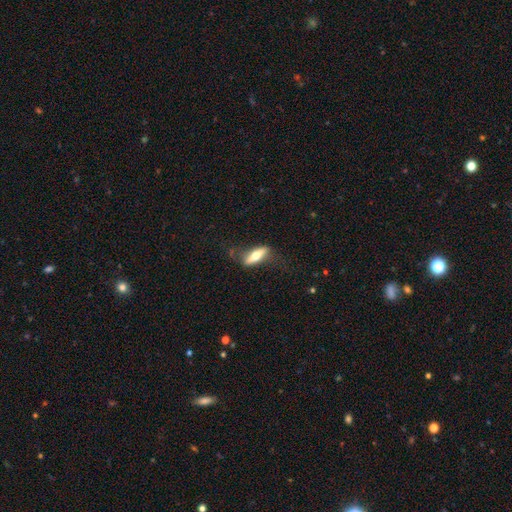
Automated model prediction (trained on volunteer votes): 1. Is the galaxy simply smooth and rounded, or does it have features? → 50% smooth, 44% featured or disk, 6% star or artifact.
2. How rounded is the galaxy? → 49% in between, 48% cigar-shaped, 3% round.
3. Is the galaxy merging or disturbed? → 60% none, 24% minor disturbance, 14% major disturbance, 2% merger.